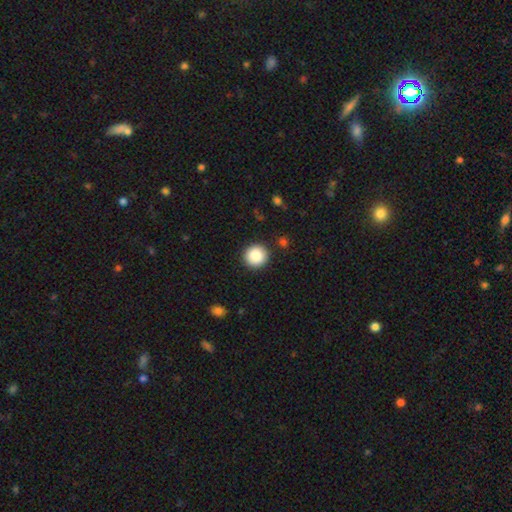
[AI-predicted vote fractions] Smooth or featured: smooth — 88% (star or artifact — 8%)
How rounded: round — 94% (in between — 5%)
Merging: none — 91% (minor disturbance — 6%)